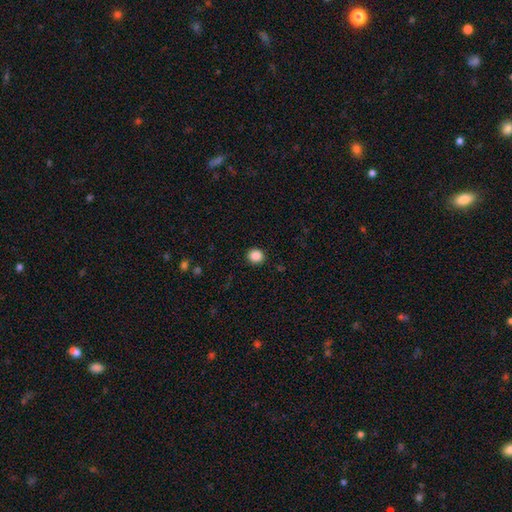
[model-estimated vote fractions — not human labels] Overall: smooth (87%). How rounded: round (87%). Merging: none (91%).